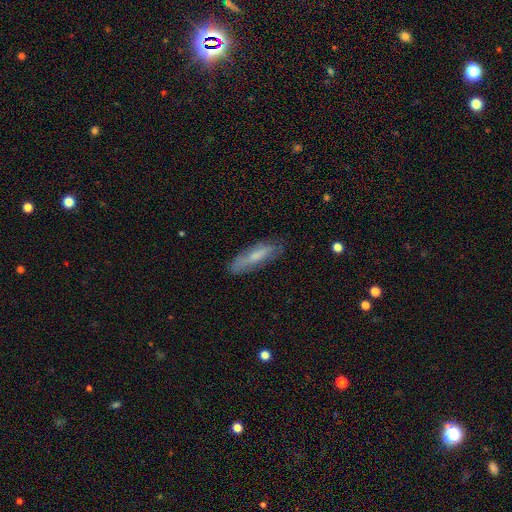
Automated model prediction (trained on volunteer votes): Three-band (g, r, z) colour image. It shows a smooth galaxy with no disk features (59%) that is cigar-shaped (65%). Merging: none (77%).